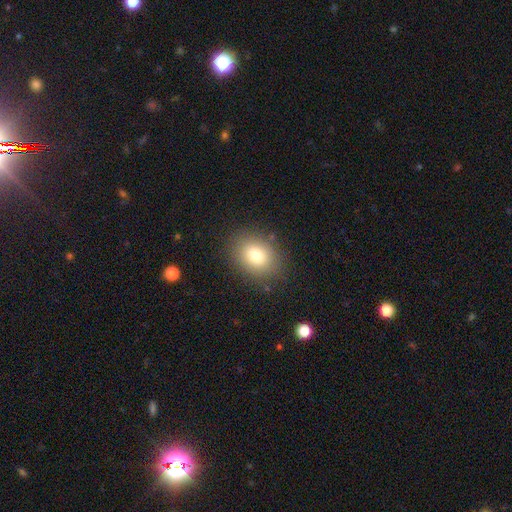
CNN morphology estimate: Smooth or featured: smooth — 79% (star or artifact — 11%)
How rounded: in between — 59% (round — 40%)
Merging: none — 85% (minor disturbance — 10%)